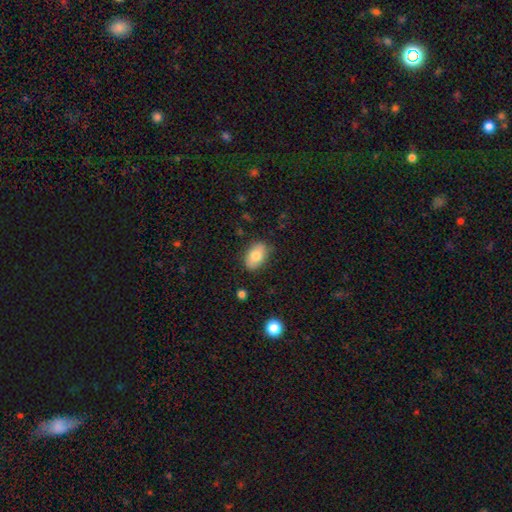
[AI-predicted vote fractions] A smooth galaxy with no disk features (78%) that is in between round and cigar-shaped (88%). Merging: none (80%).